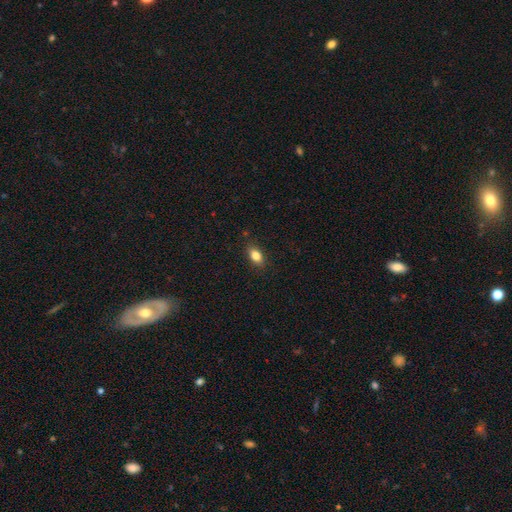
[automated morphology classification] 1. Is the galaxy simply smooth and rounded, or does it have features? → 82% smooth, 9% star or artifact, 9% featured or disk.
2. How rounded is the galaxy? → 85% in between, 11% round, 4% cigar-shaped.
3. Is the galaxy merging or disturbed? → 86% none, 11% minor disturbance, 2% major disturbance, 1% merger.